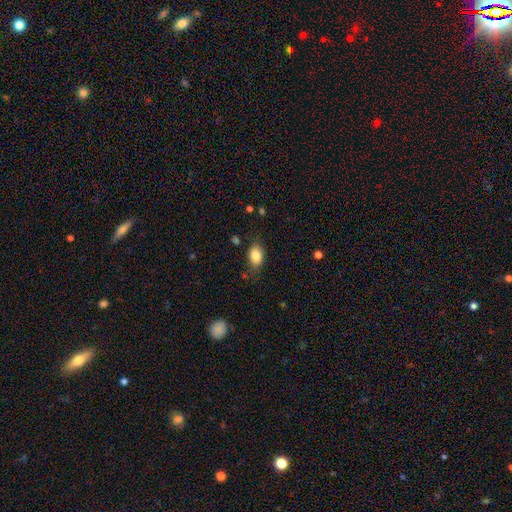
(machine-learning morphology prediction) This is clearly a smooth galaxy (84%). How rounded: clearly in between (82%). Merging: likely none (75%).